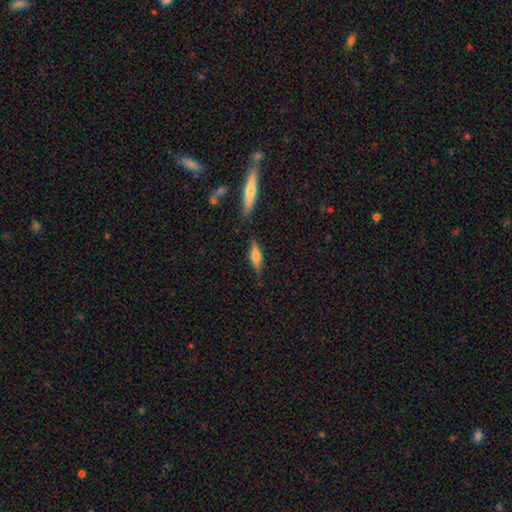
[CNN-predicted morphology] smooth-or-featured: featured or disk: 50% | smooth: 43% | star or artifact: 7%
  disk-edge-on: yes: 94% | no: 6%
  merging: none: 80% | minor disturbance: 13% | merger: 4% | major disturbance: 3%